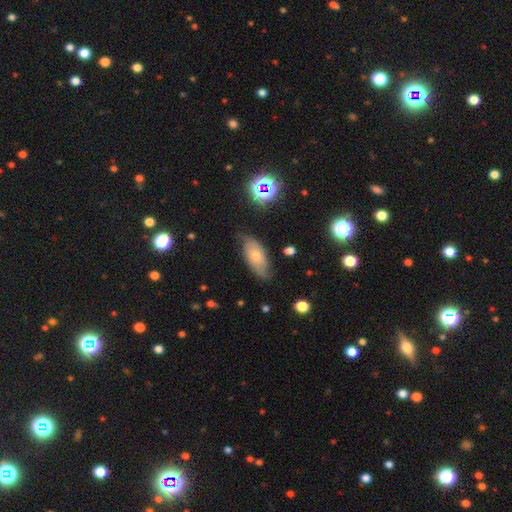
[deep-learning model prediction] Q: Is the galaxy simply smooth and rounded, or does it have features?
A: smooth — 50%.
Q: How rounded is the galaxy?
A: in between — 88%.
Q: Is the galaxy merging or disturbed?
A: none — 64%.